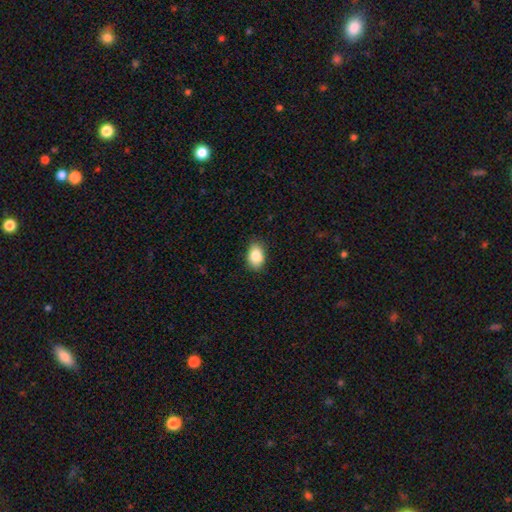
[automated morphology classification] Smooth or featured? smooth (85%)
How rounded? in between (84%)
Merging? none (85%)